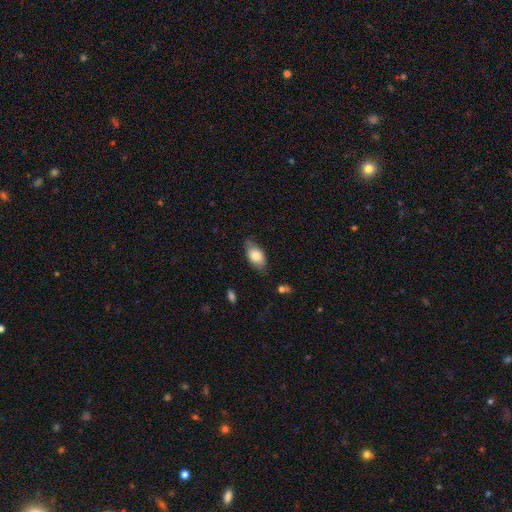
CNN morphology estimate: Smooth or featured? smooth (80%)
How rounded? in between (92%)
Merging? none (71%)